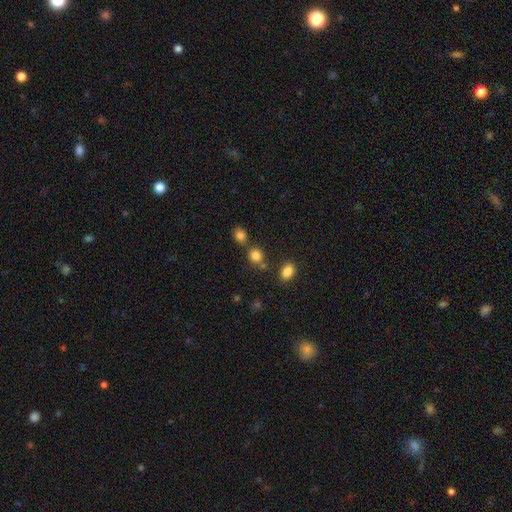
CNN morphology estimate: The model was most divided on "merging": none: 65%, merger: 22%, minor disturbance: 10%, major disturbance: 4%. More confident: smooth or featured — smooth (82%); how rounded — round (74%).